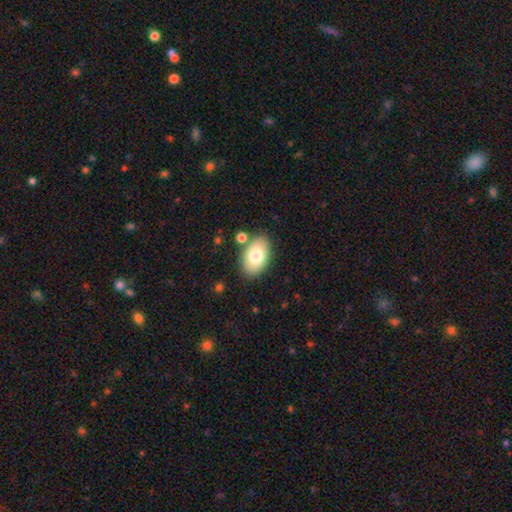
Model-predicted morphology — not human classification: Smooth or featured?
  - smooth: 78% *
  - featured or disk: 15%
  - star or artifact: 7%
How rounded?
  - in between: 91% *
  - round: 8%
  - cigar-shaped: 1%
Merging?
  - none: 79% *
  - minor disturbance: 12%
  - merger: 6%
  - major disturbance: 3%